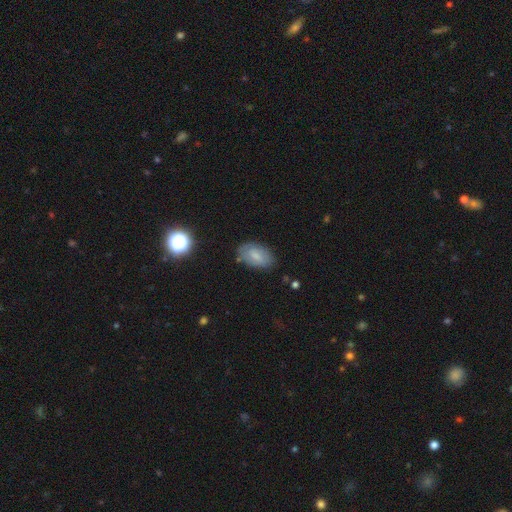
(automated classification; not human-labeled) A smooth galaxy with no disk features (73%) that is in between round and cigar-shaped (93%). Merging: none (77%).